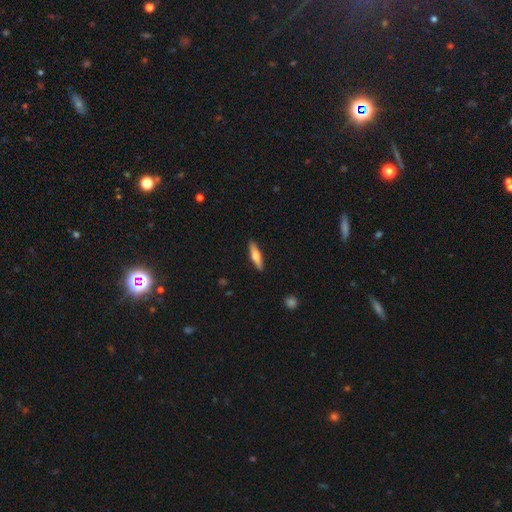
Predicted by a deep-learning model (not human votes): Smooth or featured: smooth — 57% (featured or disk — 37%)
How rounded: cigar-shaped — 74% (in between — 24%)
Merging: none — 90% (minor disturbance — 7%)